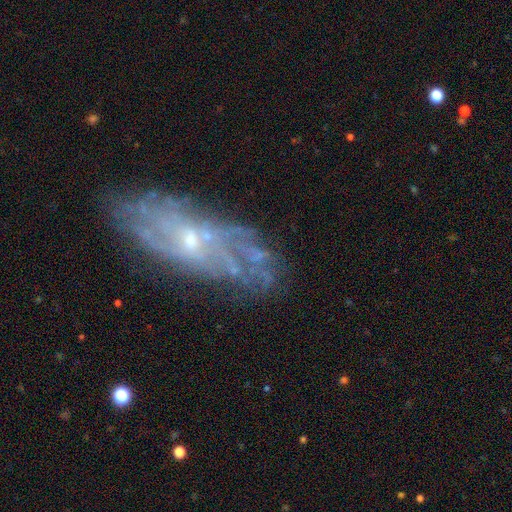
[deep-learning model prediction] This is likely a featured or disk galaxy (73%). It is clearly not viewed edge-on (86%). Bar: likely no (66%). Spiral arm pattern: likely yes (68%). Central bulge: likely small (65%). Merging: likely none (66%).